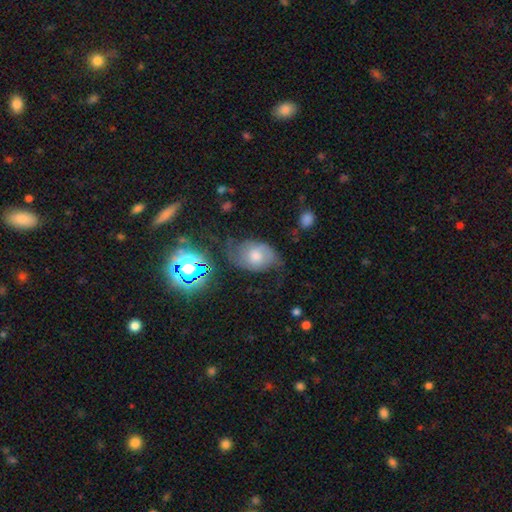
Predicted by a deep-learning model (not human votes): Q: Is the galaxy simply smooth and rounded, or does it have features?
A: featured or disk — 53%.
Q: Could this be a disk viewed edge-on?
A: no — 95%.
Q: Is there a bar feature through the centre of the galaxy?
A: no — 70%.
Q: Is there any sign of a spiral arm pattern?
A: yes — 84%.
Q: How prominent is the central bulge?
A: moderate — 59%.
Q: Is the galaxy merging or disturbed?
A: none — 50%.